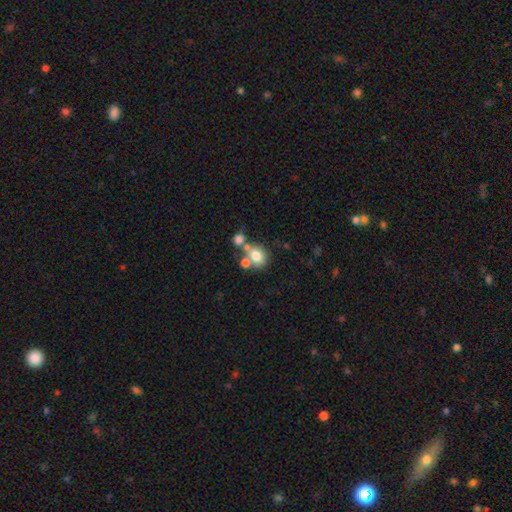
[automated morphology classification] Smooth or featured? Predicted: smooth (p=0.73). How rounded? Predicted: round (p=0.57). Merging? Predicted: none (p=0.42).